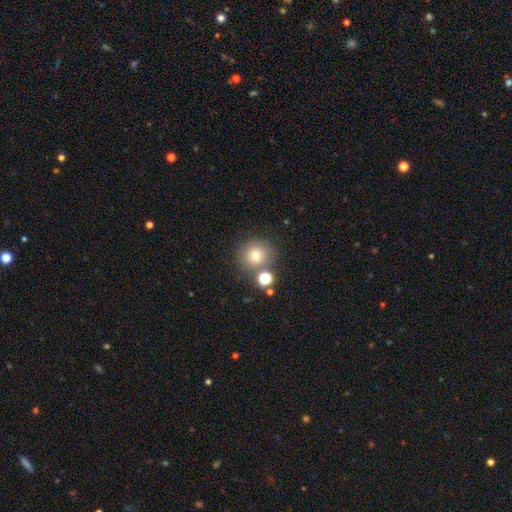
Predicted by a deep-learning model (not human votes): A smooth galaxy with no disk features (73%) that is round (90%).

Vote fractions:
- Smooth or featured? smooth: 73% / star or artifact: 14% / featured or disk: 13%
- How rounded? round: 90% / in between: 9% / cigar-shaped: 1%
- Merging? none: 71% / merger: 15% / minor disturbance: 10% / major disturbance: 4%